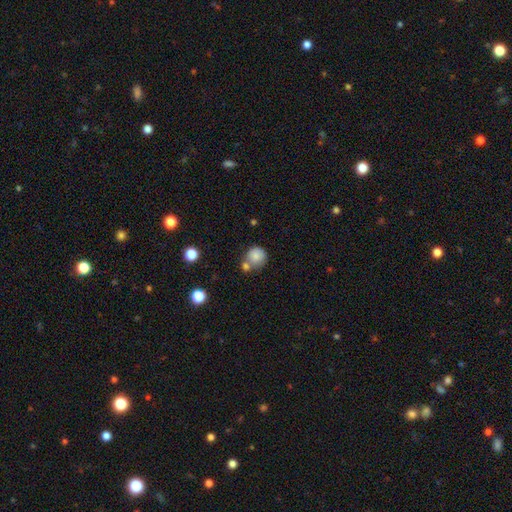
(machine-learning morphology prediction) This is clearly a smooth galaxy (82%). How rounded: clearly round (88%). Merging: possibly none (52%).